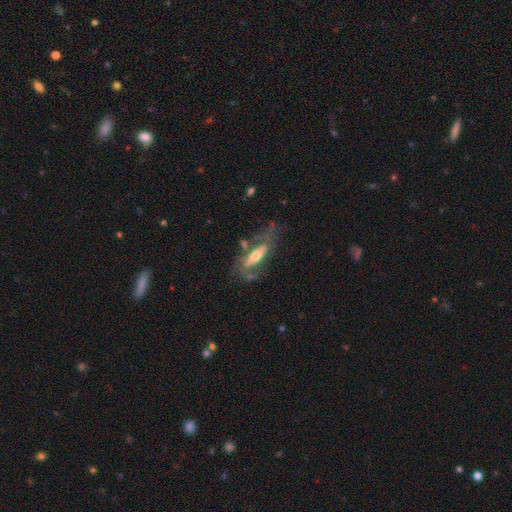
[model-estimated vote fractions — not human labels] featured or disk 57%, smooth 37%, star or artifact 6%. Down the decision tree: edge-on disk — no (60%); merging — none (49%).